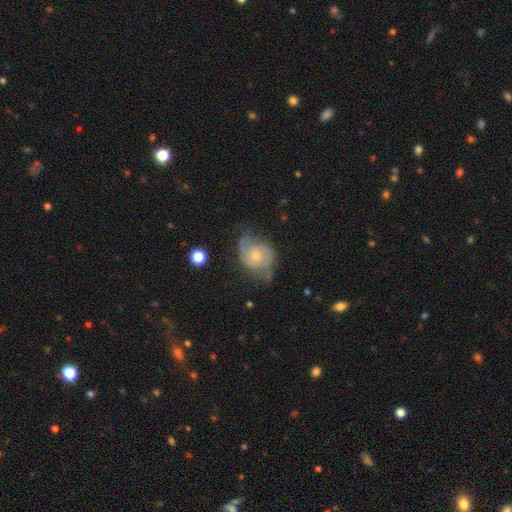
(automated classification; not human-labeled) A featured or disk galaxy (72%) with no bar (76%), 2 (74%) medium (42%) spiral arms (88%) and a small central bulge (54%).

Vote fractions:
- Smooth or featured? featured or disk: 72% / smooth: 20% / star or artifact: 8%
- Edge-on disk? no: 97% / yes: 3%
- Bar? no: 76% / weak: 21% / strong: 3%
- Spiral arms? yes: 88% / no: 12%
- Spiral winding? medium: 42% / tight: 32% / loose: 26%
- Spiral arm count? 2: 74% / can't tell: 15% / 3: 5% / 1: 3% / 4: 2% / more than 4: 2%
- Bulge size? small: 54% / moderate: 42% / large: 2% / none: 1% / dominant: 1%
- Merging? none: 57% / minor disturbance: 28% / major disturbance: 13% / merger: 2%